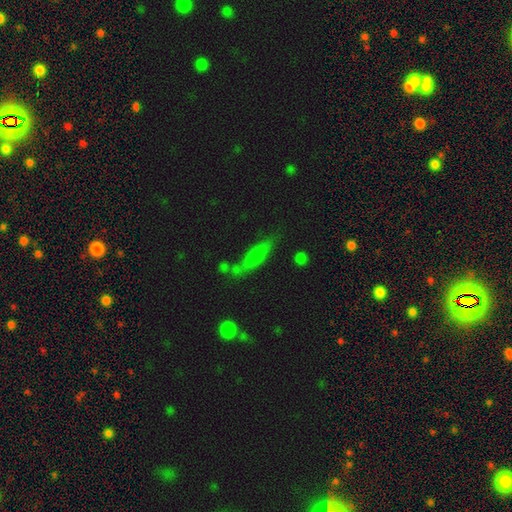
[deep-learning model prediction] smooth 68%, featured or disk 21%, star or artifact 11%. Down the decision tree: how rounded — cigar-shaped (66%); merging — none (59%).